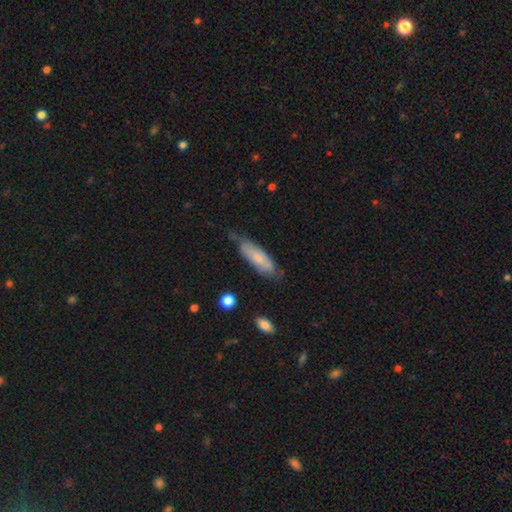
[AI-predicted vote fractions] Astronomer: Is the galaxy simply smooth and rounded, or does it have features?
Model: smooth — 68%.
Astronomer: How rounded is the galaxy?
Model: cigar-shaped — 54% (runner-up: in between, 44%).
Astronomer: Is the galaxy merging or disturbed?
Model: none — 69%.